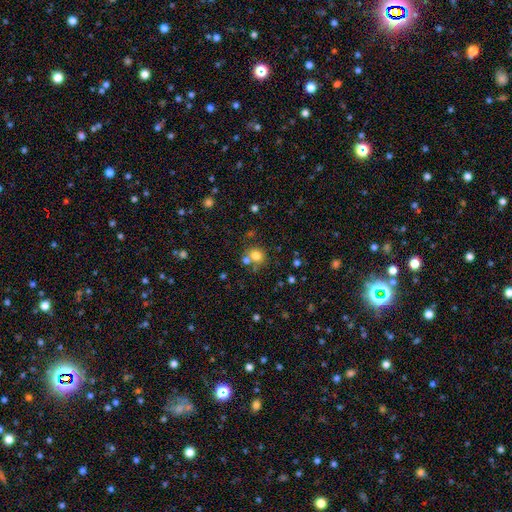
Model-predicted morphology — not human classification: The model was most divided on "merging": none: 60%, merger: 26%, minor disturbance: 10%, major disturbance: 4%. More confident: how rounded — round (85%); smooth or featured — smooth (77%).